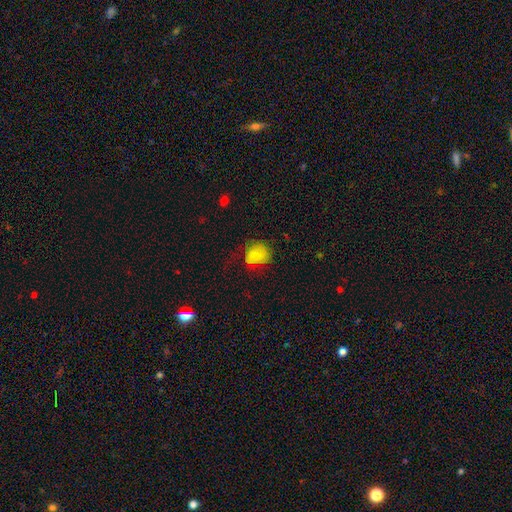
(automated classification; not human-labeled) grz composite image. It shows a smooth galaxy with no disk features (63%) that is round (63%). Merging: none (55%).